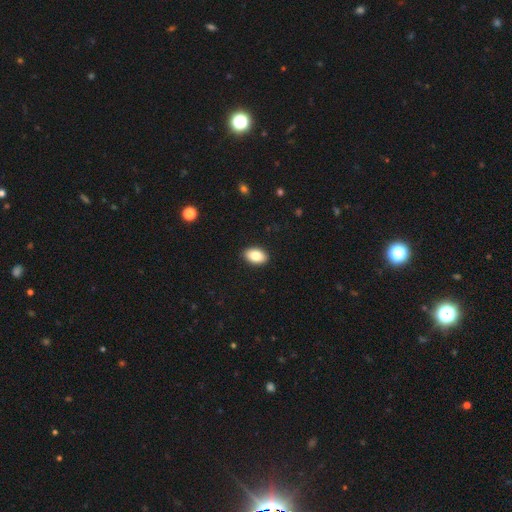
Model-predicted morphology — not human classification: Smooth or featured: smooth — 84% (featured or disk — 9%)
How rounded: in between — 90% (round — 9%)
Merging: none — 91% (minor disturbance — 7%)